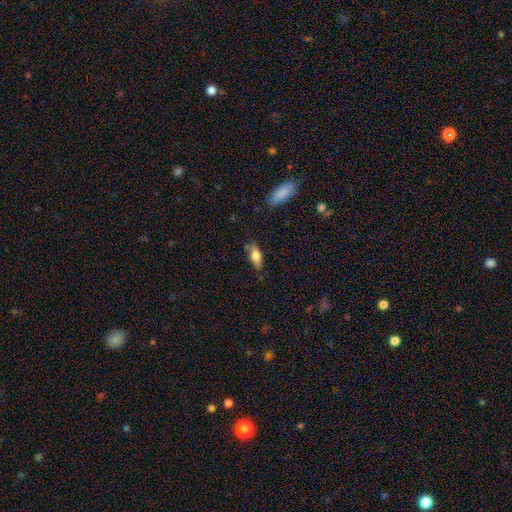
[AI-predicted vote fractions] This is likely a smooth galaxy (75%). How rounded: likely in between (77%). Merging: likely none (72%).